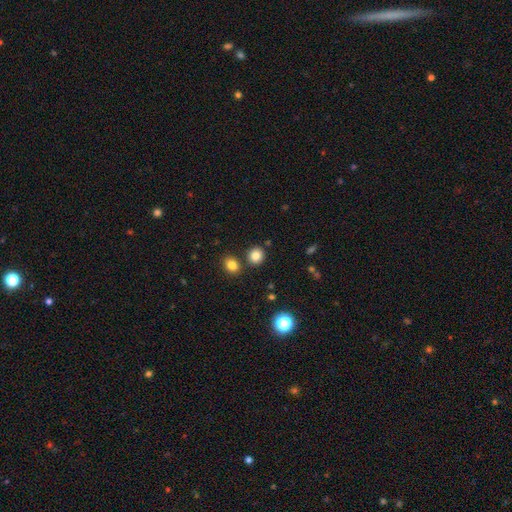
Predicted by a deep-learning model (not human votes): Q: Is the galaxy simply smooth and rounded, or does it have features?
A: smooth — 83%.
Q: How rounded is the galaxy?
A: round — 82%.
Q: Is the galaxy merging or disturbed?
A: none — 81%.